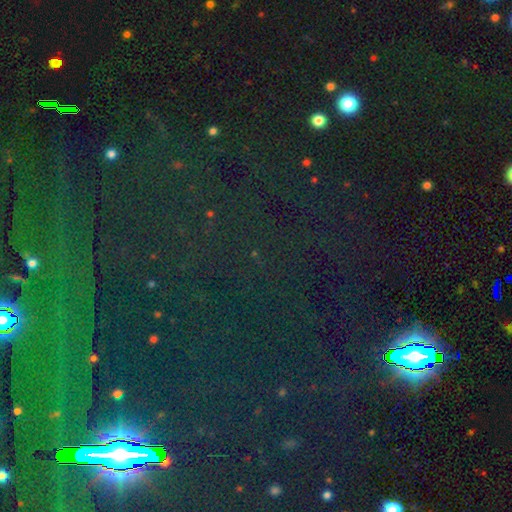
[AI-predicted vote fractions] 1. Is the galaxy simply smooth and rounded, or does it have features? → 83% star or artifact, 10% smooth, 8% featured or disk.